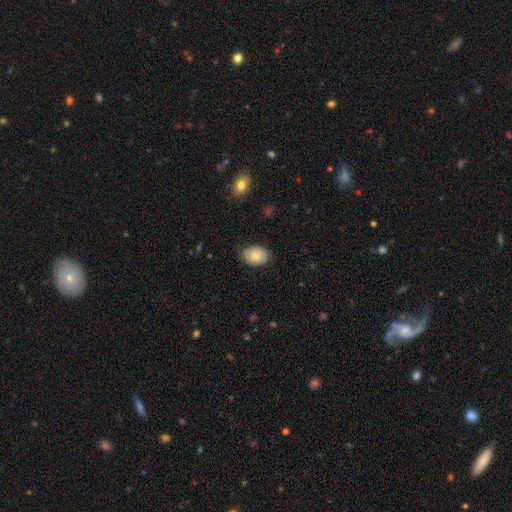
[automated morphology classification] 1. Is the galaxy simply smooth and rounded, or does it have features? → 75% smooth, 18% featured or disk, 7% star or artifact.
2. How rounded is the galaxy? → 78% in between, 21% round, 1% cigar-shaped.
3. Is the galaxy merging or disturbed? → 79% none, 17% minor disturbance, 3% major disturbance, 1% merger.